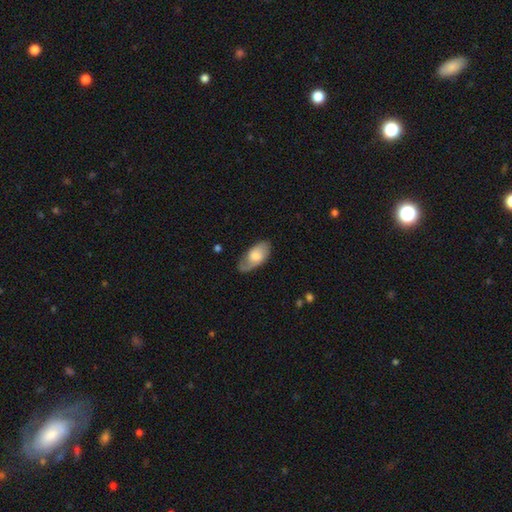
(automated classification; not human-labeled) Overall: smooth (57%; featured or disk 37%). How rounded: in between (93%). Merging: none (63%; minor disturbance 26%).